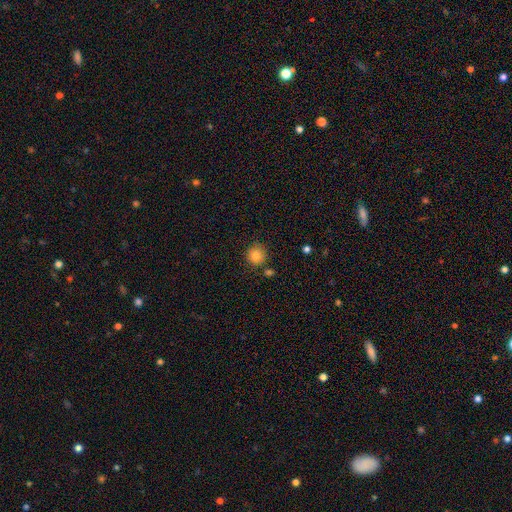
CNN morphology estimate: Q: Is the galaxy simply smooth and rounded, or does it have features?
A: smooth — 84%.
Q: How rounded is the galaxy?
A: round — 91%.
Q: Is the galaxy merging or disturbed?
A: none — 80%.